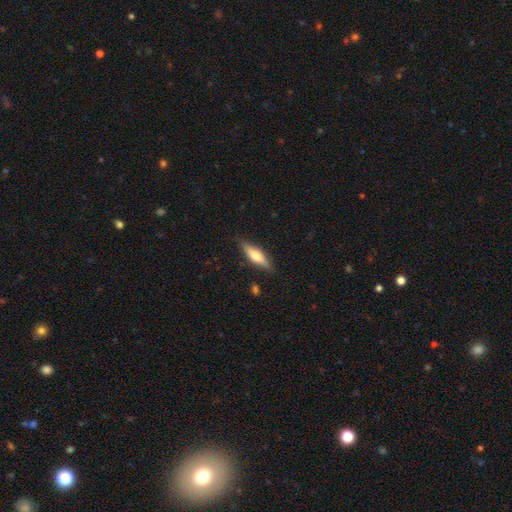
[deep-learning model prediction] This is possibly a smooth galaxy (55%). How rounded: likely cigar-shaped (61%). Merging: clearly none (85%).